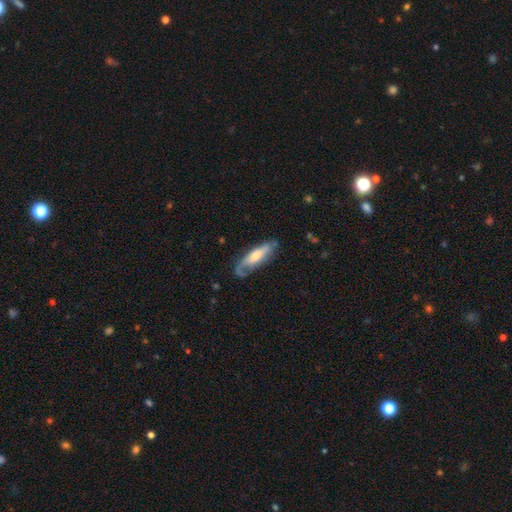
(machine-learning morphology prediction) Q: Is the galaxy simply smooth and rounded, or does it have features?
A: featured or disk — 59%.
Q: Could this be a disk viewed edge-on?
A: no — 61%.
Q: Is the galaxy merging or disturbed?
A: none — 61%.